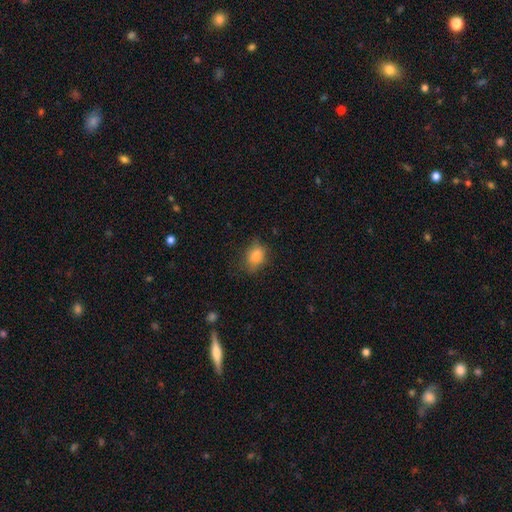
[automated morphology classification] Smooth or featured?
  - smooth: 81% *
  - star or artifact: 10%
  - featured or disk: 9%
How rounded?
  - in between: 70% *
  - round: 28%
  - cigar-shaped: 2%
Merging?
  - none: 69% *
  - minor disturbance: 23%
  - major disturbance: 7%
  - merger: 1%